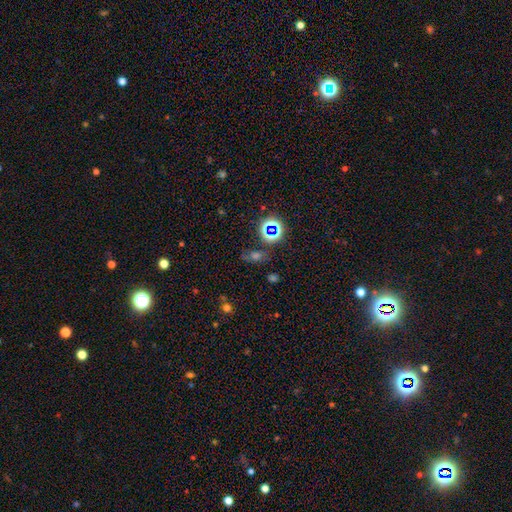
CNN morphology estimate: Smooth or featured: star or artifact — 53% (smooth — 31%)